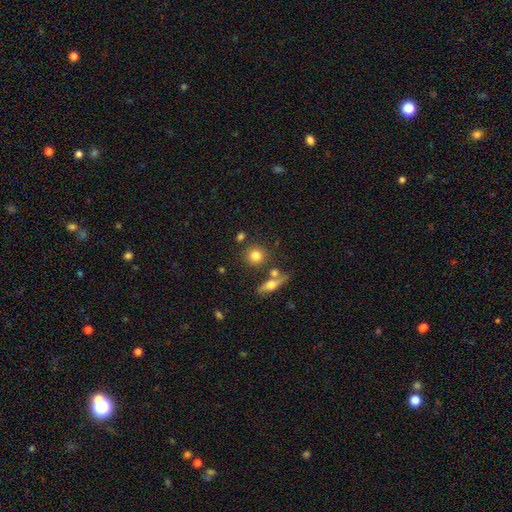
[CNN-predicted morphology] Overall: smooth (78%). How rounded: round (86%). Merging: none (74%).